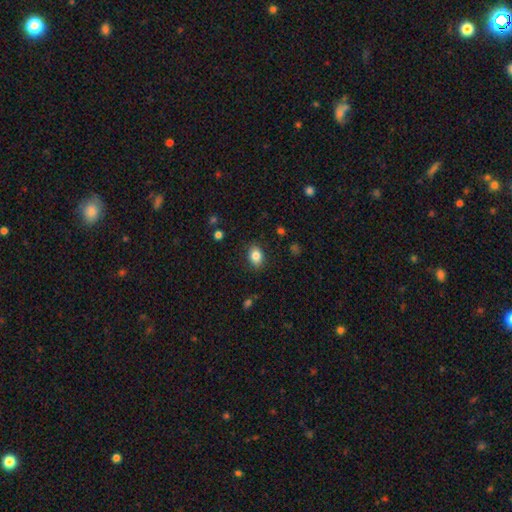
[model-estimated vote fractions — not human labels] Morphology: type=smooth (84%); roundness=in between (74%); merging=none (87%).